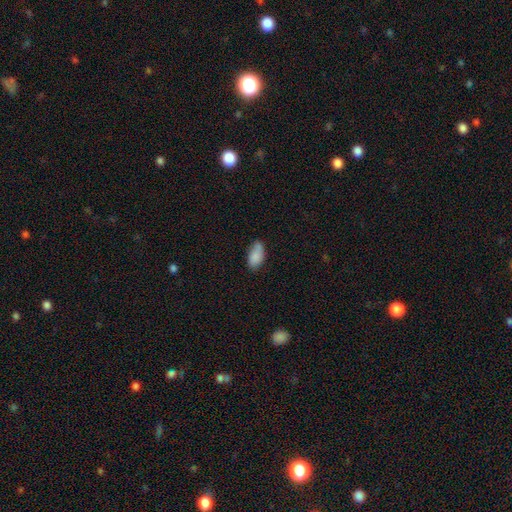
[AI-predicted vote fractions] The model was most divided on "merging": none: 66%, minor disturbance: 26%, major disturbance: 5%, merger: 4%. More confident: how rounded — in between (93%); smooth or featured — smooth (85%).